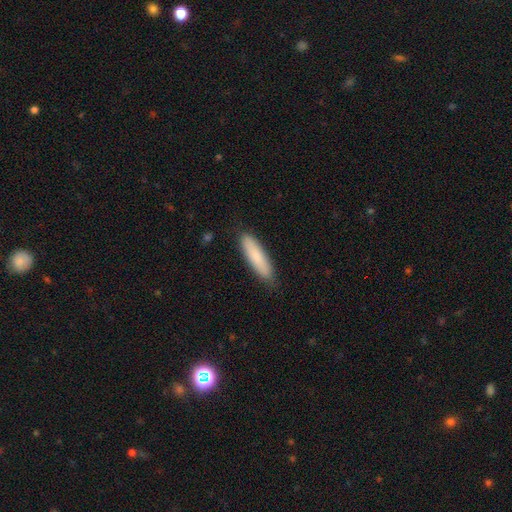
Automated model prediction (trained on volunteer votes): A smooth galaxy with no disk features (81%) that is cigar-shaped (70%). Merging: none (86%).